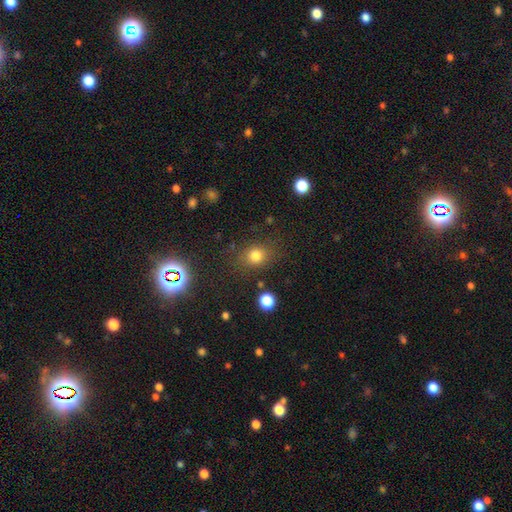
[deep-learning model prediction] smooth_or_featured: smooth (p=0.77) [alt: star or artifact p=0.16]
how_rounded: round (p=0.65) [alt: in between p=0.34]
merging: none (p=0.79) [alt: minor disturbance p=0.12]